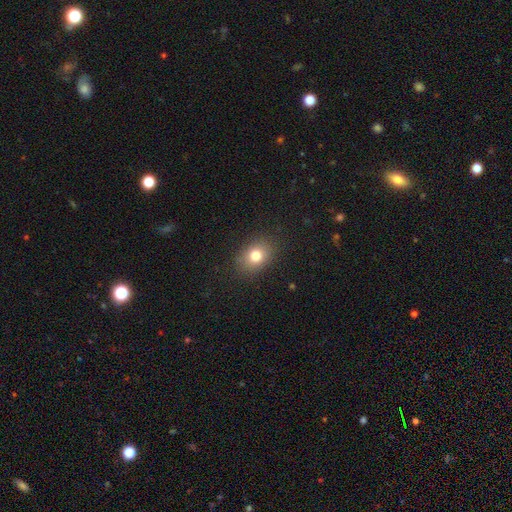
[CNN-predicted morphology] This appears to be a smooth galaxy with no disk features (79%) that is in between round and cigar-shaped (60%). Merging: none (86%).